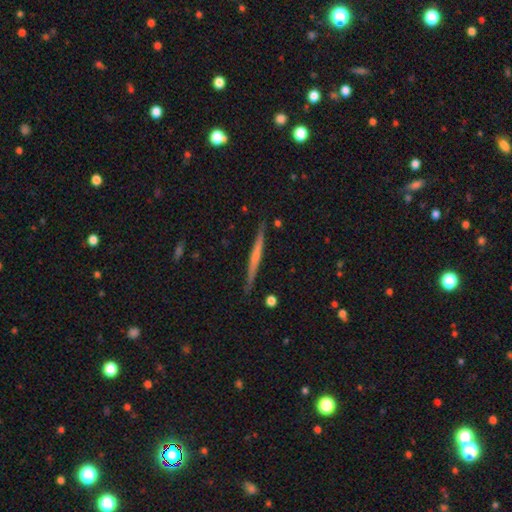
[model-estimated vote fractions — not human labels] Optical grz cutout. It shows a featured or disk galaxy (57%) viewed edge-on (98%) with no central bulge (68%). Merging: none (89%).